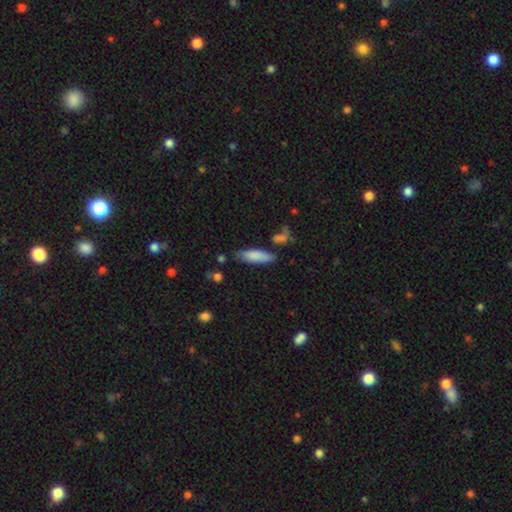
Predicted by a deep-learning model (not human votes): A smooth galaxy with no disk features (81%) that is in between round and cigar-shaped (49%, tied with cigar-shaped).

Vote fractions:
- Smooth or featured? smooth: 81% / featured or disk: 12% / star or artifact: 7%
- How rounded? in between: 49% (tied) / cigar-shaped: 49% (tied) / round: 2%
- Merging? none: 70% / minor disturbance: 18% / merger: 8% / major disturbance: 5%